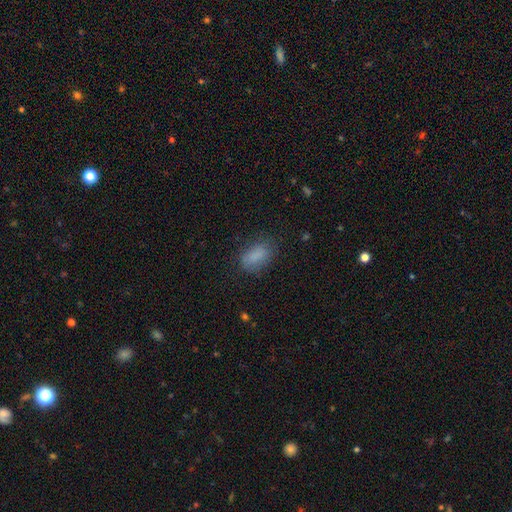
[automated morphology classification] type=smooth (83%); roundness=in between (88%); merging=none (73%).